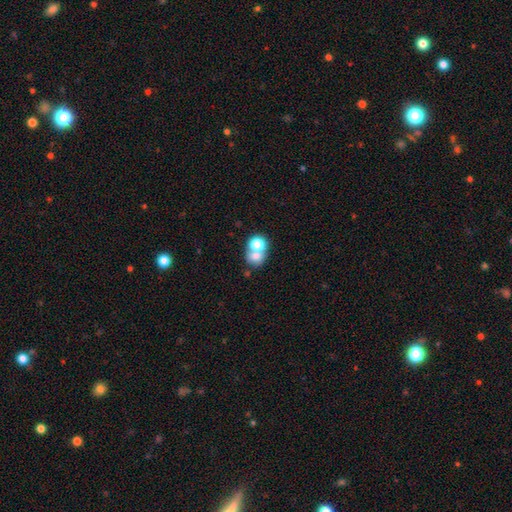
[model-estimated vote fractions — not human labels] smooth_or_featured: smooth (p=0.69) [alt: featured or disk p=0.19]
how_rounded: round (p=0.62) [alt: in between p=0.37]
merging: merger (p=0.58) [alt: none p=0.30]